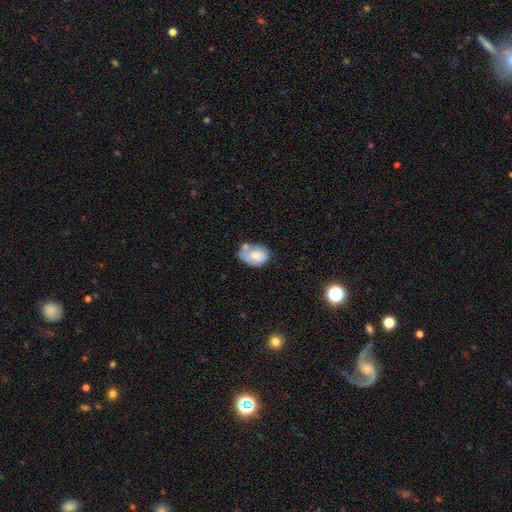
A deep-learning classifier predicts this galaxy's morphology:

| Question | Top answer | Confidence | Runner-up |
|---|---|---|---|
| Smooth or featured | smooth | 67% | featured or disk (25%) |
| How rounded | in between | 78% | round (21%) |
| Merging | none | 38% | minor disturbance (29%) |